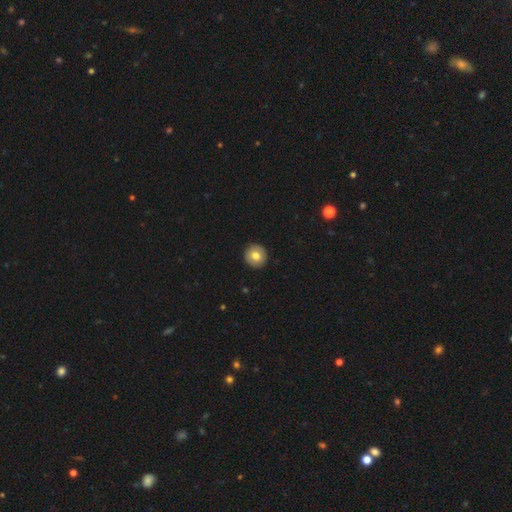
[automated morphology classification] Smooth or featured?
  - smooth: 77% *
  - featured or disk: 15%
  - star or artifact: 8%
How rounded?
  - round: 95% *
  - in between: 4%
  - cigar-shaped: 1%
Merging?
  - none: 93% *
  - minor disturbance: 5%
  - major disturbance: 1%
  - merger: 1%